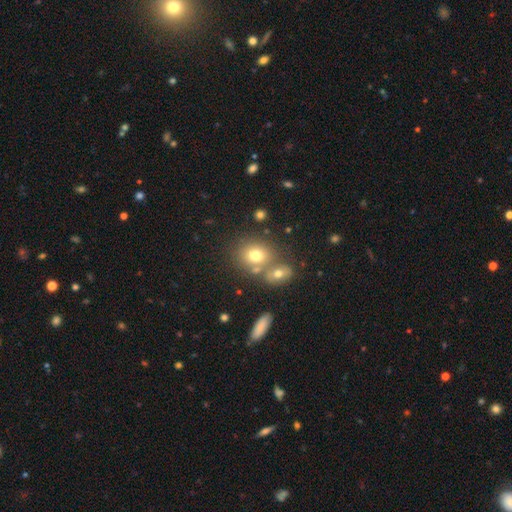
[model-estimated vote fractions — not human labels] smooth 72%, featured or disk 15%, star or artifact 13%. Down the decision tree: how rounded — round (60%); merging — none (57%).